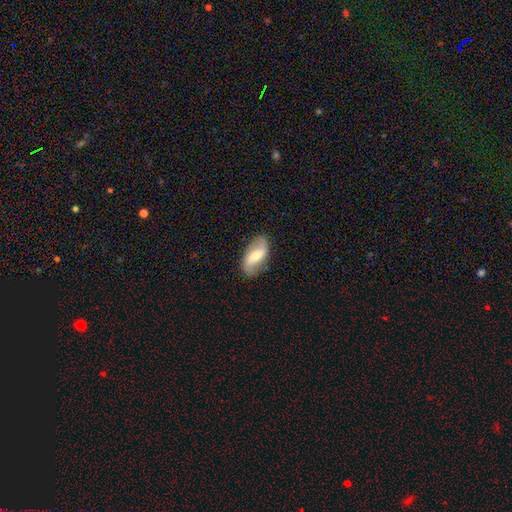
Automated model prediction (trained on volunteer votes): smooth-or-featured: featured or disk: 54% | smooth: 40% | star or artifact: 6%
  disk-edge-on: no: 92% | yes: 8%
  merging: none: 79% | minor disturbance: 15% | major disturbance: 4% | merger: 1%